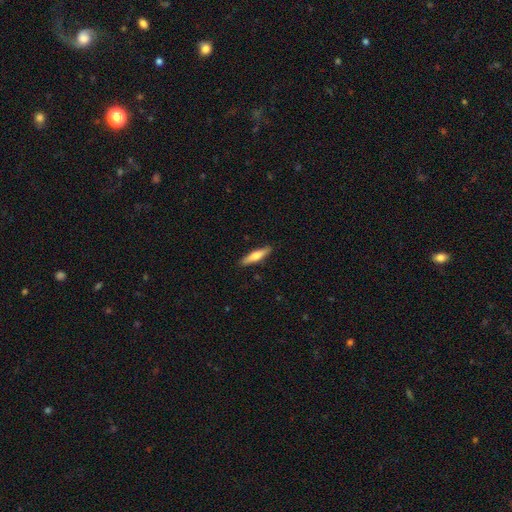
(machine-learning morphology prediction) Q: Smooth or featured?
A: smooth (59%); runner-up: featured or disk (36%)
Q: How rounded?
A: cigar-shaped (79%); runner-up: in between (19%)
Q: Merging?
A: none (89%); runner-up: minor disturbance (8%)